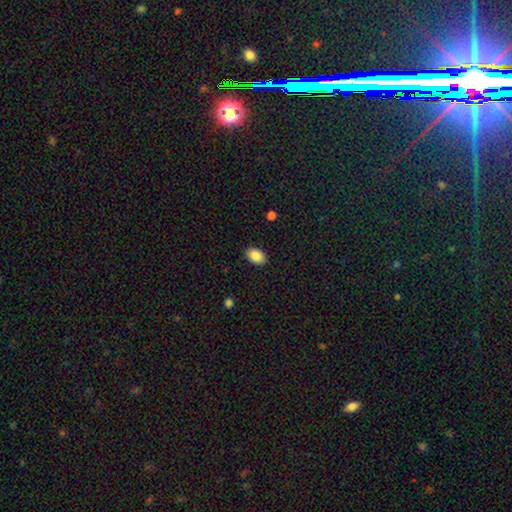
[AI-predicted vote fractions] Overall: smooth (87%). How rounded: in between (87%). Merging: none (89%).